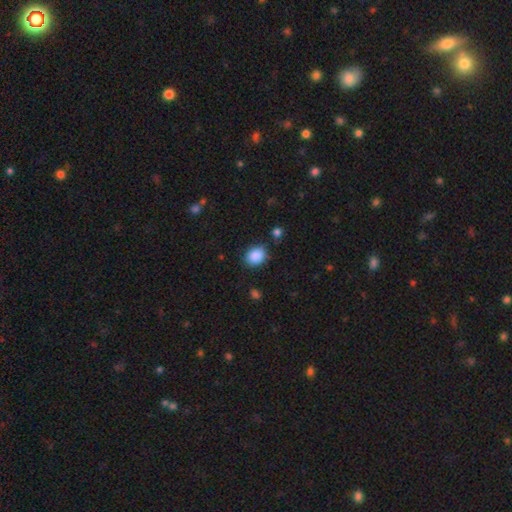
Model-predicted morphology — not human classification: Q: Smooth or featured?
A: smooth (88%); runner-up: star or artifact (8%)
Q: How rounded?
A: in between (53%); runner-up: round (46%)
Q: Merging?
A: none (80%); runner-up: minor disturbance (14%)